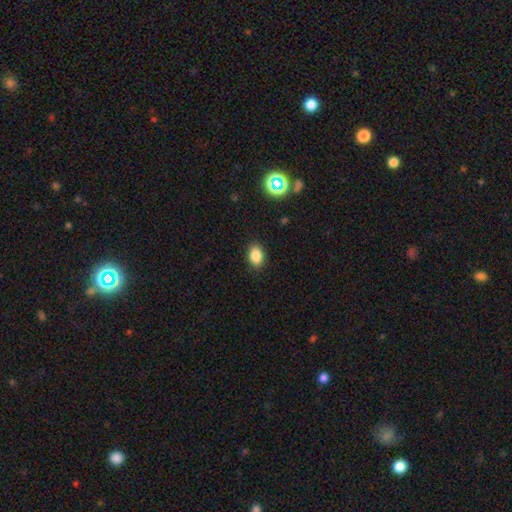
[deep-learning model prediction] smooth_or_featured: smooth (p=0.84) [alt: star or artifact p=0.11]
how_rounded: in between (p=0.75) [alt: round p=0.24]
merging: none (p=0.89) [alt: minor disturbance p=0.08]